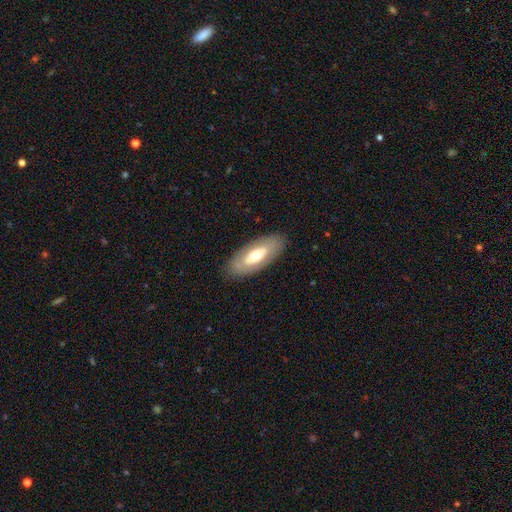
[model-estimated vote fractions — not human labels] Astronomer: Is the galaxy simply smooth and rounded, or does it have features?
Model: smooth — 50% (runner-up: featured or disk, 44%).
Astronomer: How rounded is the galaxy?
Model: in between — 84%.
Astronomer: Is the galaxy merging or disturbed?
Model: none — 85%.